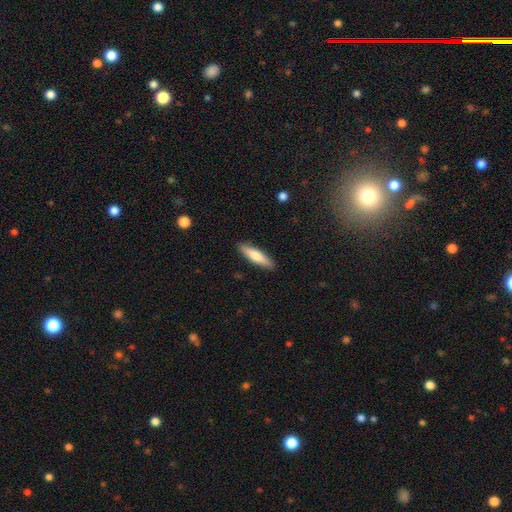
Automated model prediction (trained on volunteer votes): The model was most divided on "smooth or featured": smooth: 71%, featured or disk: 24%, star or artifact: 5%. More confident: merging — none (90%); how rounded — cigar-shaped (77%).